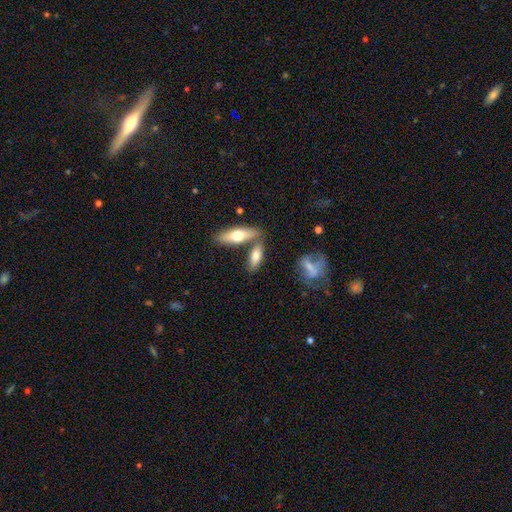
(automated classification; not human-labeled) smooth-or-featured: smooth: 69% | featured or disk: 25% | star or artifact: 6%
  how-rounded: in between: 62% | cigar-shaped: 35% | round: 3%
  merging: none: 60% | merger: 24% | minor disturbance: 12% | major disturbance: 4%